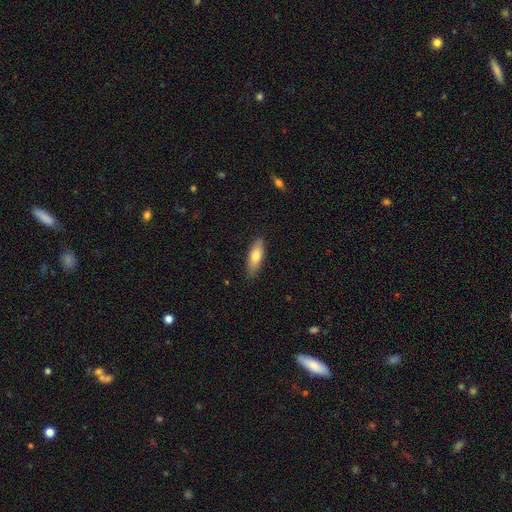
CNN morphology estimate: Smooth or featured? Predicted: smooth (p=0.74). How rounded? Predicted: in between (p=0.60). Merging? Predicted: none (p=0.84).